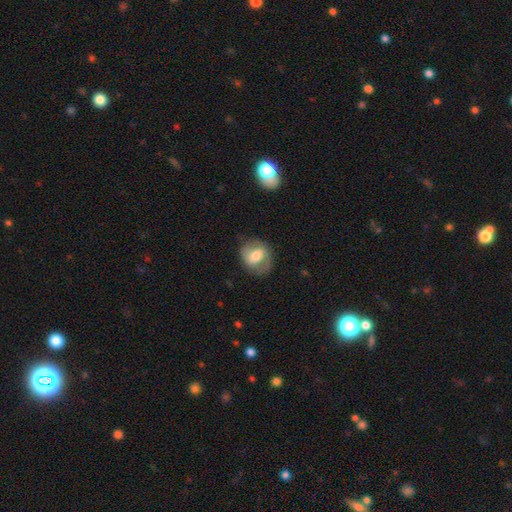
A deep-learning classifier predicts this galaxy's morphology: The model was most divided on "bar": weak: 46%, no: 30%, strong: 24%. More confident: edge-on disk — no (97%); spiral arms — yes (80%); merging — none (73%); bulge size — moderate (66%); smooth or featured — featured or disk (59%).